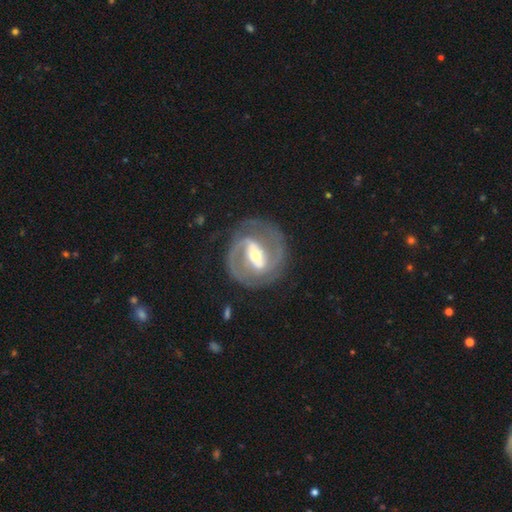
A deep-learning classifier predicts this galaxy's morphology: A featured or disk galaxy (88%) with a strong bar (54%), 2 (86%) medium (46%) spiral arms (94%) and a moderate central bulge (57%).

Vote fractions:
- Smooth or featured? featured or disk: 88% / smooth: 7% / star or artifact: 5%
- Edge-on disk? no: 97% / yes: 3%
- Bar? strong: 54% / weak: 31% / no: 15%
- Spiral arms? yes: 94% / no: 6%
- Spiral winding? medium: 46% / tight: 44% / loose: 10%
- Spiral arm count? 2: 86% / can't tell: 5% / 3: 4% / 1: 3% / 4: 1% / more than 4: 1%
- Bulge size? moderate: 57% / small: 35% / large: 6% / dominant: 1% / none: 1%
- Merging? none: 77% / minor disturbance: 13% / major disturbance: 7% / merger: 3%